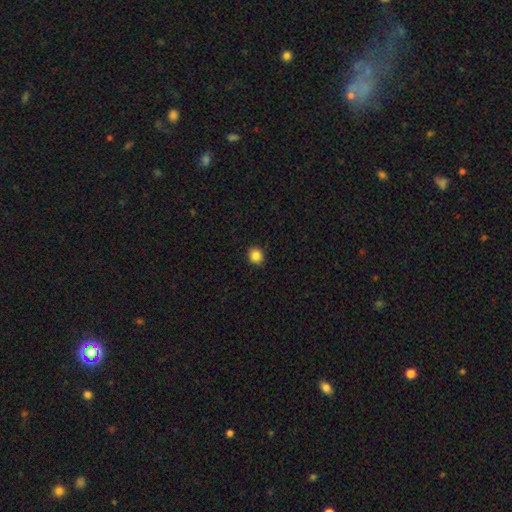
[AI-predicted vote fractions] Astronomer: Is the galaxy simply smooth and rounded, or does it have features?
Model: smooth — 86%.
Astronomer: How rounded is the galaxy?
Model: round — 80%.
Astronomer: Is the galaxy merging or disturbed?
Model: none — 92%.